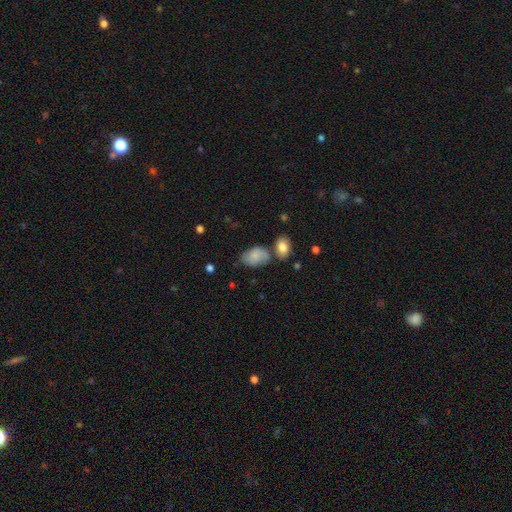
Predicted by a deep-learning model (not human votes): A smooth galaxy with no disk features (76%) that is in between round and cigar-shaped (86%).

Vote fractions:
- Smooth or featured? smooth: 76% / featured or disk: 16% / star or artifact: 8%
- How rounded? in between: 86% / round: 13% / cigar-shaped: 1%
- Merging? none: 53% / minor disturbance: 25% / merger: 14% / major disturbance: 7%